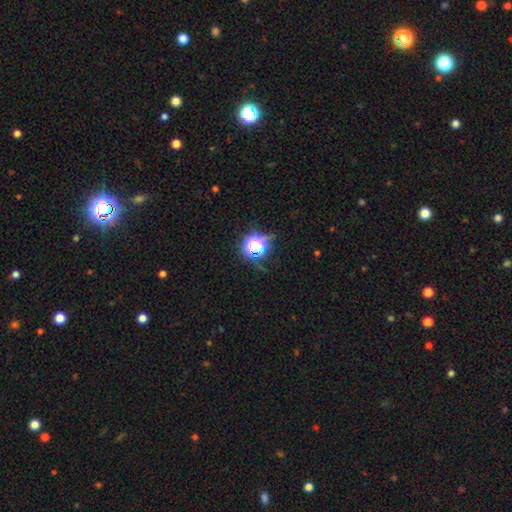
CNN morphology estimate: star or artifact 75%, smooth 17%, featured or disk 7%.